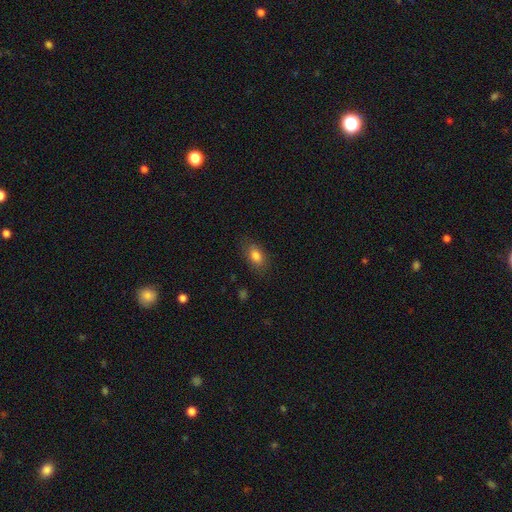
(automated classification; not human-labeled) A smooth galaxy with no disk features (82%) that is in between round and cigar-shaped (88%).

Vote fractions:
- Smooth or featured? smooth: 82% / featured or disk: 10% / star or artifact: 8%
- How rounded? in between: 88% / round: 9% / cigar-shaped: 3%
- Merging? none: 80% / minor disturbance: 14% / major disturbance: 4% / merger: 1%